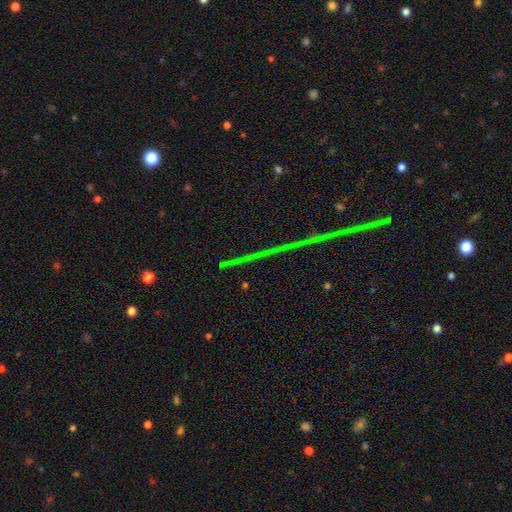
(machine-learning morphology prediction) This is clearly a star or artifact rather than a galaxy (81%).